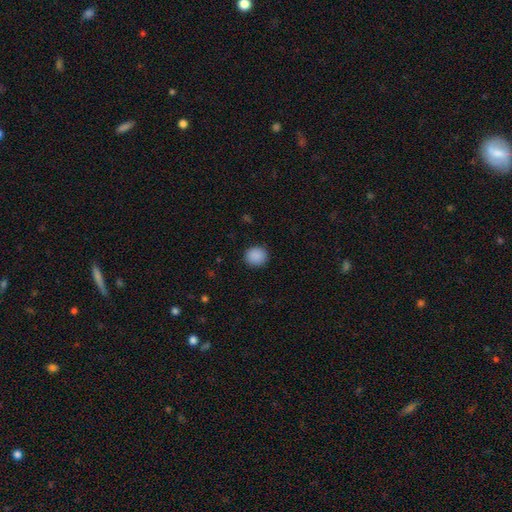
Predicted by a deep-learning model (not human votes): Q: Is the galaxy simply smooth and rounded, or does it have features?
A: smooth — 89%.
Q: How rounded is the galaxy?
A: round — 84%.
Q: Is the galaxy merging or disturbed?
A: none — 90%.